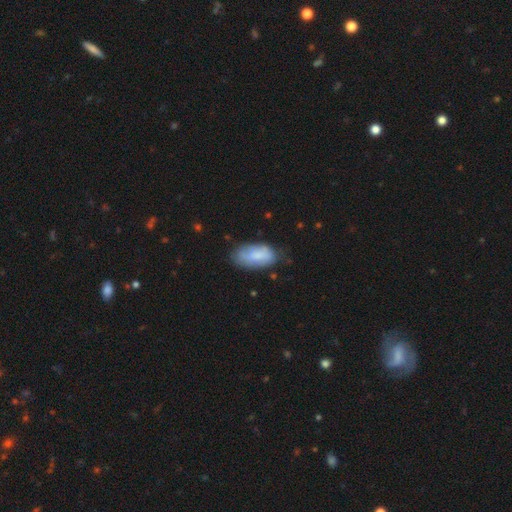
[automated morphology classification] This is likely a smooth galaxy (69%). How rounded: clearly in between (93%). Merging: likely none (66%).